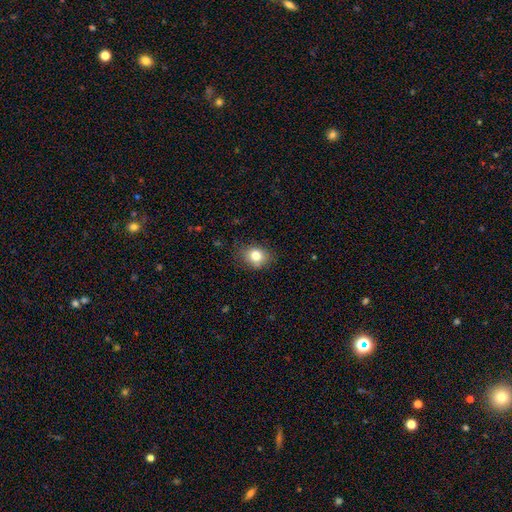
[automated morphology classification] A smooth galaxy with no disk features (80%) that is round (54%).

Vote fractions:
- Smooth or featured? smooth: 80% / star or artifact: 11% / featured or disk: 10%
- How rounded? round: 54% / in between: 44% / cigar-shaped: 1%
- Merging? none: 80% / minor disturbance: 15% / major disturbance: 4% / merger: 1%